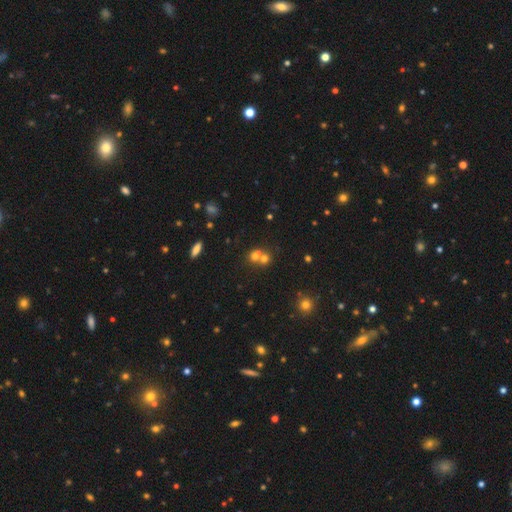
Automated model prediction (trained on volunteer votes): A smooth galaxy with no disk features (62%) that is round (78%). Merging: merger (57%).